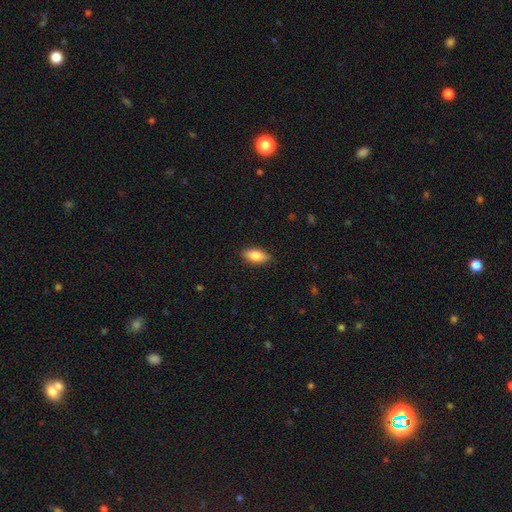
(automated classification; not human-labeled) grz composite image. It shows a smooth galaxy with no disk features (80%) that is in between round and cigar-shaped (84%). Merging: none (87%).